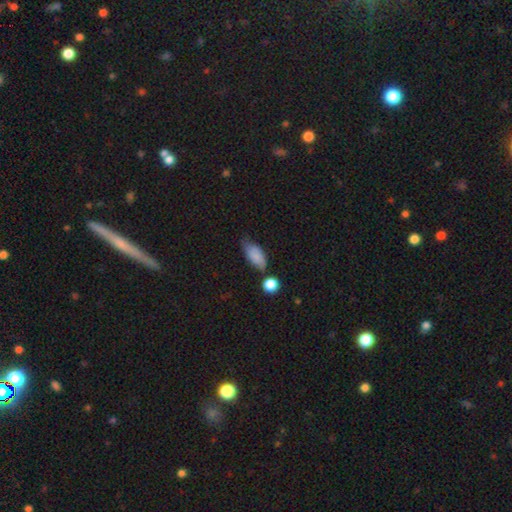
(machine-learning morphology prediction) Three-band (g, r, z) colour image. It shows a smooth galaxy with no disk features (81%) that is in between round and cigar-shaped (86%). Merging: none (51%).